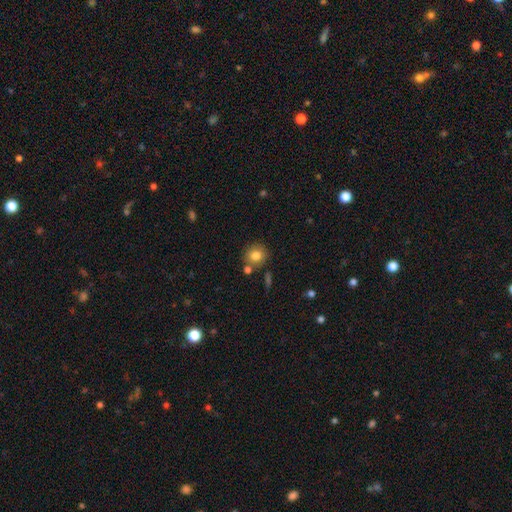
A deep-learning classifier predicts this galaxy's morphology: This appears to be a smooth galaxy with no disk features (81%) that is round (85%). Merging: none (77%).